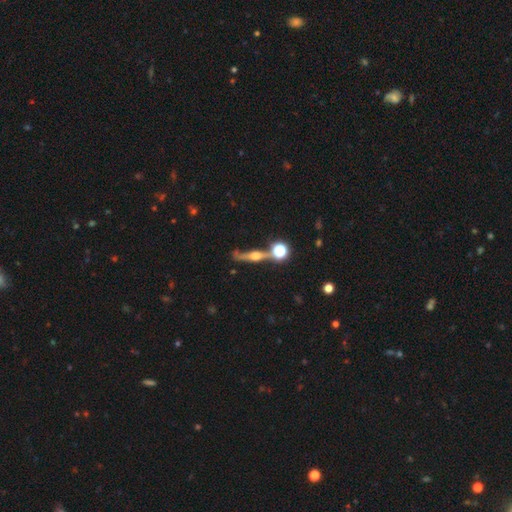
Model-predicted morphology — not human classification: Smooth or featured? Predicted: featured or disk (p=0.68). Edge-on disk? Predicted: yes (p=0.91). Edge-on bulge? Predicted: rounded (p=0.92). Merging? Predicted: none (p=0.69).